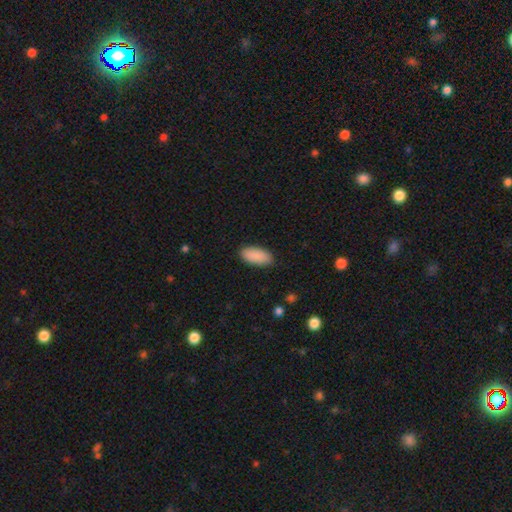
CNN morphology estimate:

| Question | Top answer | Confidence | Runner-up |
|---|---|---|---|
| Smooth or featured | smooth | 91% | star or artifact (6%) |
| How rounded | in between | 91% | cigar-shaped (8%) |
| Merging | none | 88% | minor disturbance (9%) |